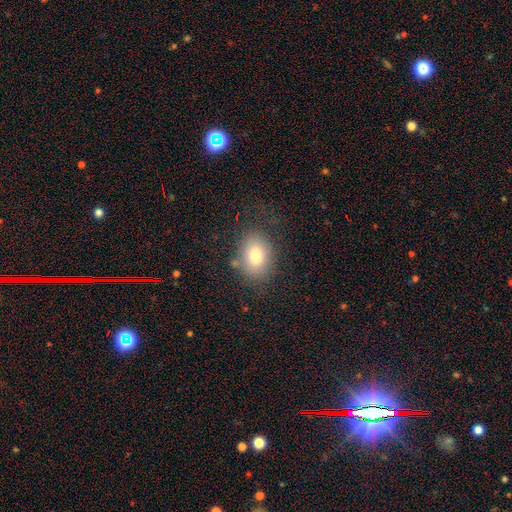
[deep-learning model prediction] smooth_or_featured: smooth (p=0.79) [alt: featured or disk p=0.11]
how_rounded: in between (p=0.73) [alt: round p=0.26]
merging: none (p=0.75) [alt: minor disturbance p=0.16]